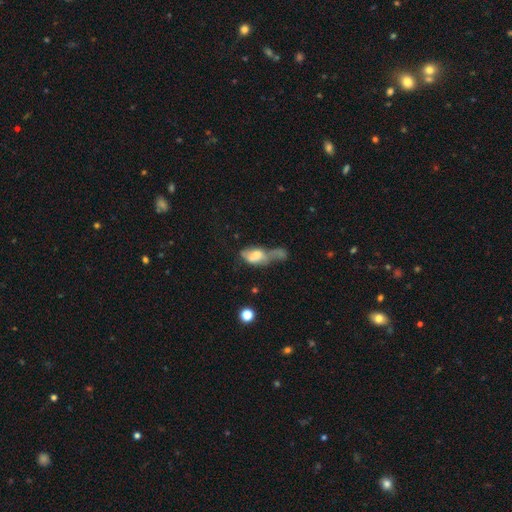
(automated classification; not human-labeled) This appears to be a smooth galaxy with no disk features (57%) that is in between round and cigar-shaped (80%). Merging: merger (43%).